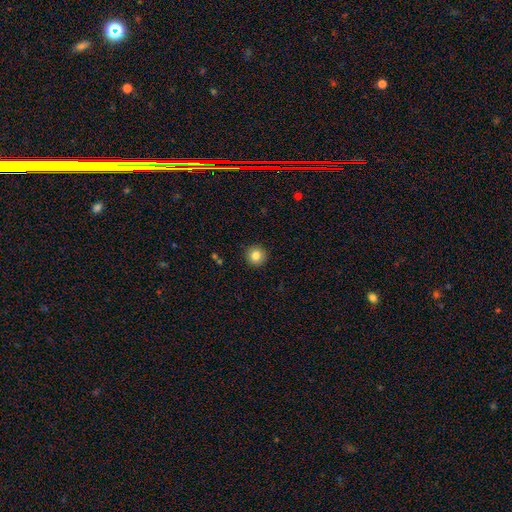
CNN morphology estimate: smooth 83%, star or artifact 10%, featured or disk 7%. Down the decision tree: how rounded — round (95%); merging — none (92%).